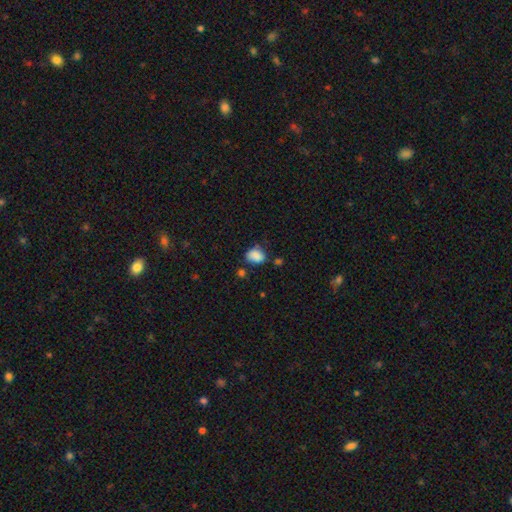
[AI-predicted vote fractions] smooth_or_featured: smooth (p=0.85) [alt: star or artifact p=0.09]
how_rounded: in between (p=0.69) [alt: round p=0.30]
merging: none (p=0.55) [alt: minor disturbance p=0.29]